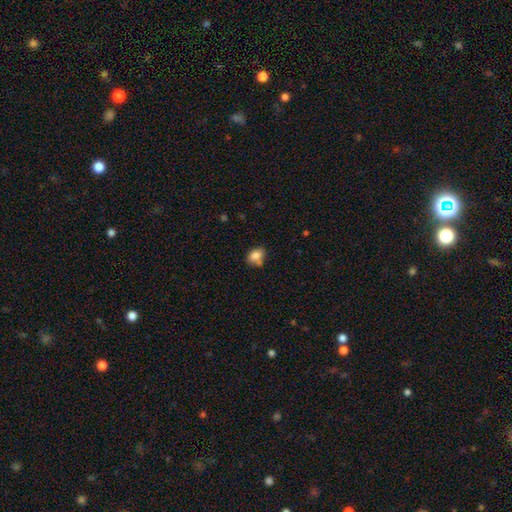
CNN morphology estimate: This is clearly a smooth galaxy (81%). How rounded: likely in between (69%). Merging: possibly none (56%).